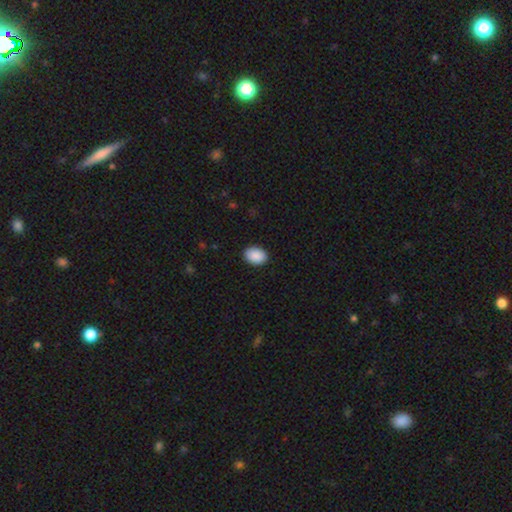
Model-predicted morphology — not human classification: The model was most divided on "how rounded": in between: 75%, round: 24%, cigar-shaped: 1%. More confident: smooth or featured — smooth (91%); merging — none (90%).